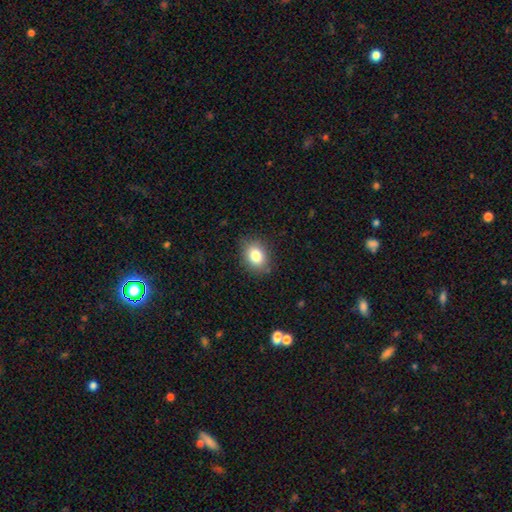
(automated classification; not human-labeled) Morphology: type=smooth (81%); roundness=in between (59%); merging=none (84%).